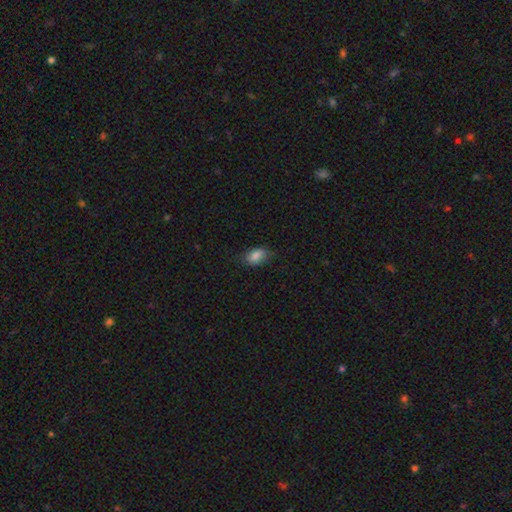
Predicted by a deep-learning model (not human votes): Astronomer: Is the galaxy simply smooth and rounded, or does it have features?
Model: smooth — 84%.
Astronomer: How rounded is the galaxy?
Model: in between — 86%.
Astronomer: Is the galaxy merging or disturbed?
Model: none — 70%.